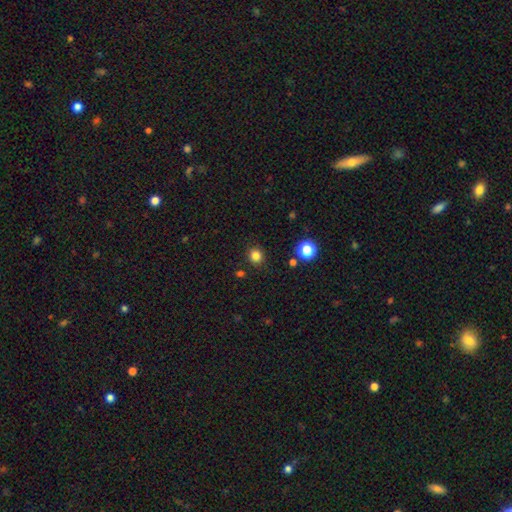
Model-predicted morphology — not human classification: This appears to be a smooth galaxy with no disk features (82%) that is round (87%). Merging: none (89%).